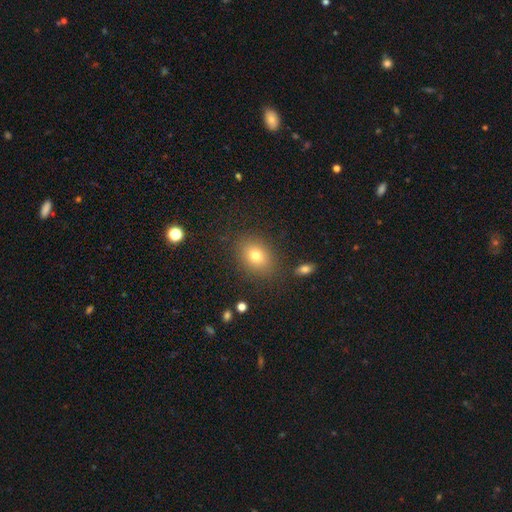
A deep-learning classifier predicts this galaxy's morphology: Smooth or featured? Predicted: smooth (p=0.76). How rounded? Predicted: in between (p=0.61). Merging? Predicted: none (p=0.84).